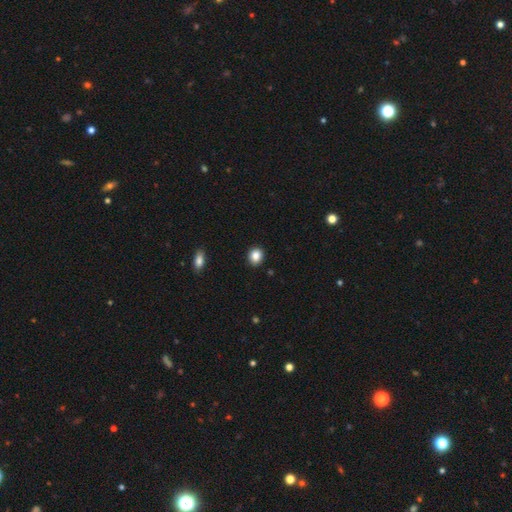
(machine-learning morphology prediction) Smooth or featured? Predicted: smooth (p=0.87). How rounded? Predicted: round (p=0.68). Merging? Predicted: none (p=0.90).